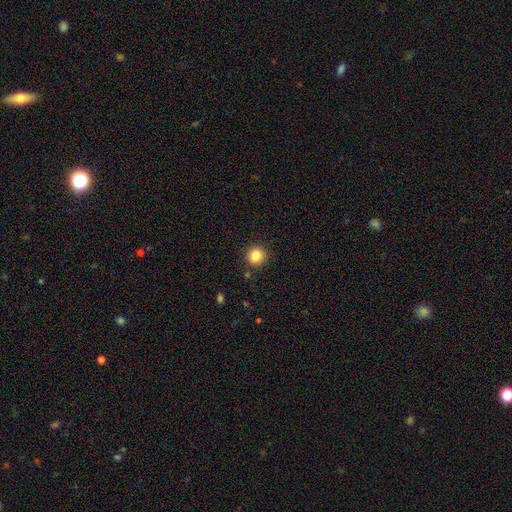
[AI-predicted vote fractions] smooth_or_featured: smooth (p=0.85) [alt: star or artifact p=0.11]
how_rounded: round (p=0.93) [alt: in between p=0.06]
merging: none (p=0.89) [alt: minor disturbance p=0.07]